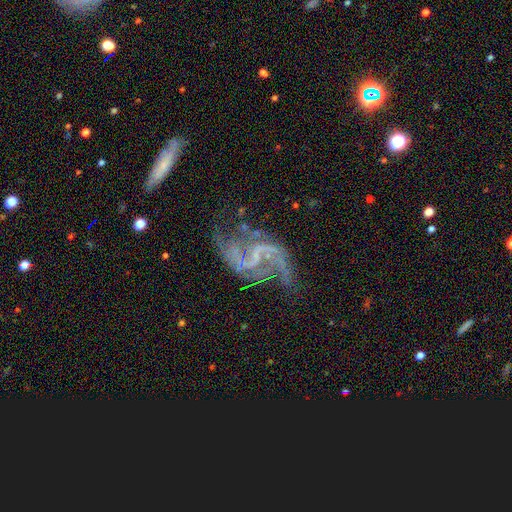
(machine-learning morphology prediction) Smooth or featured: featured or disk — 85% (star or artifact — 9%)
Edge-on disk: no — 97% (yes — 3%)
Bar: weak — 41% (no — 33%)
Spiral arms: yes — 92% (no — 8%)
Spiral winding: loose — 69% (medium — 23%)
Spiral arm count: 2 — 77% (can't tell — 8%)
Bulge size: none — 54% (small — 37%)
Merging: none — 50% (major disturbance — 25%)